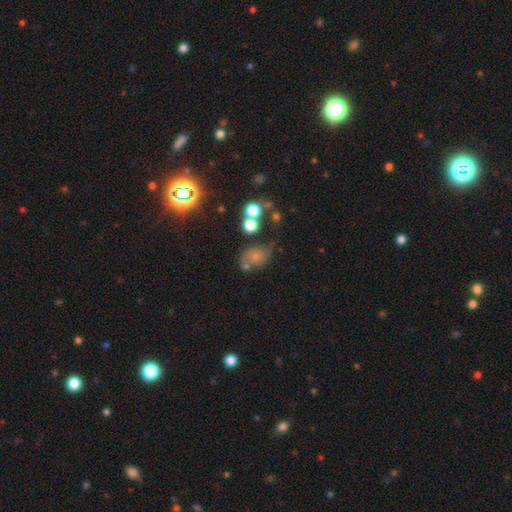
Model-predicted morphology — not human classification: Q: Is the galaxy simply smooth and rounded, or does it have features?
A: smooth — 59%.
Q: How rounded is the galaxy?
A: in between — 58%.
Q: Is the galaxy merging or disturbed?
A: none — 42%.